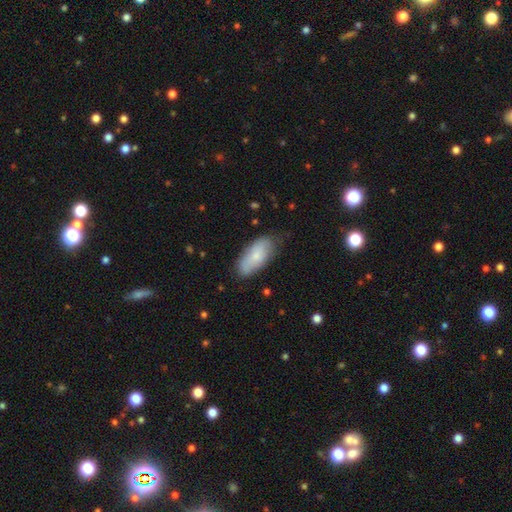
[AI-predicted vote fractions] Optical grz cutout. It shows a smooth galaxy with no disk features (72%) that is in between round and cigar-shaped (88%). Merging: none (69%).